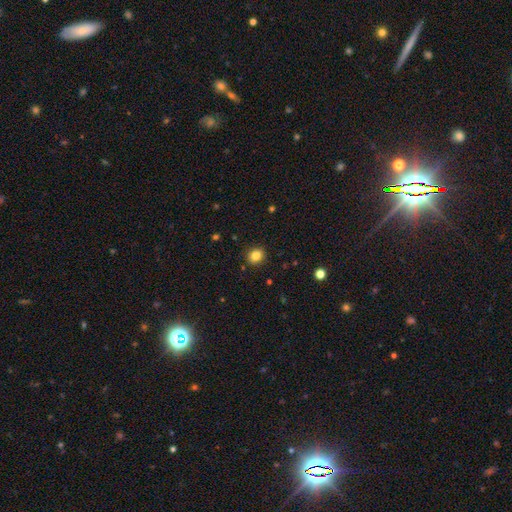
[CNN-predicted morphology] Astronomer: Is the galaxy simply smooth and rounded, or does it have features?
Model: smooth — 84%.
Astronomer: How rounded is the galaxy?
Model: round — 77%.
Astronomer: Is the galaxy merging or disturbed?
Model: none — 90%.